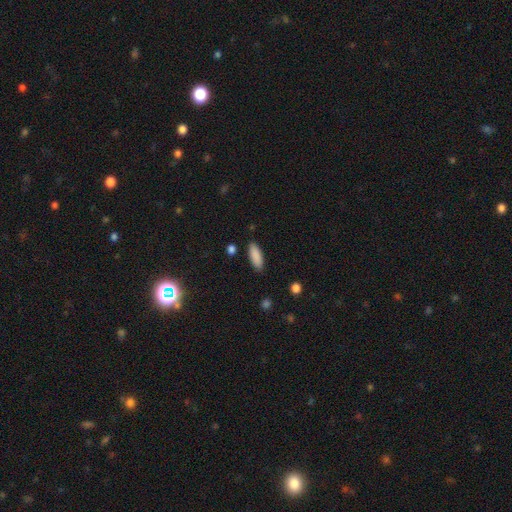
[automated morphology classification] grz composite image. It shows a smooth galaxy with no disk features (89%) that is in between round and cigar-shaped (65%). Merging: none (88%).